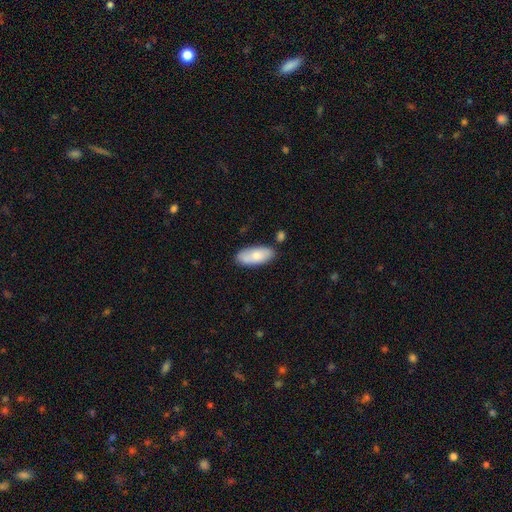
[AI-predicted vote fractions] This is likely a smooth galaxy (78%). How rounded: clearly in between (87%). Merging: likely none (76%).